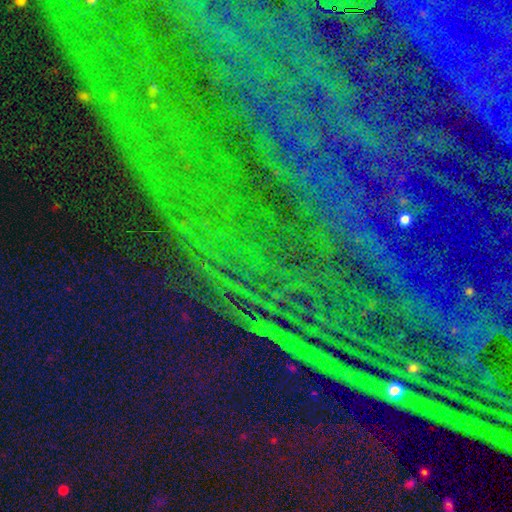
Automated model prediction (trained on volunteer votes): This is clearly a star or artifact rather than a galaxy (88%).